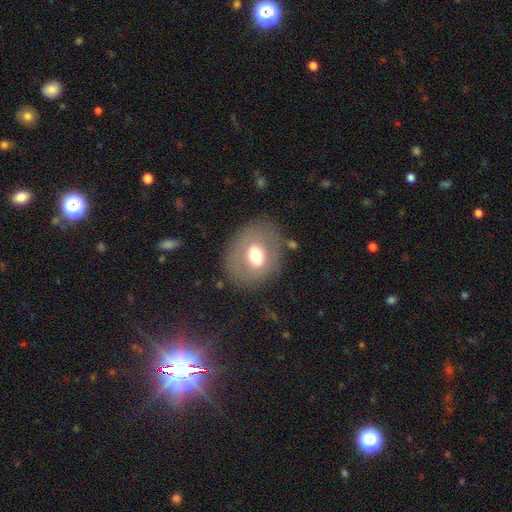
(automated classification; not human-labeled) Overall: smooth (58%; featured or disk 33%). How rounded: in between (54%; round 45%). Merging: none (74%).